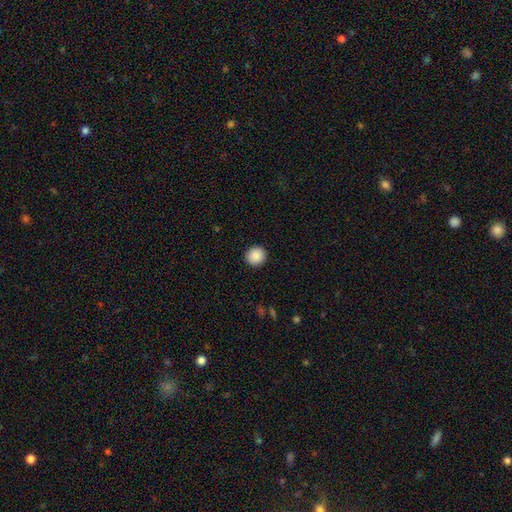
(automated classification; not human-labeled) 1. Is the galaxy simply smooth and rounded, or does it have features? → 89% smooth, 8% star or artifact, 3% featured or disk.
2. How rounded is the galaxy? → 92% round, 7% in between, 1% cigar-shaped.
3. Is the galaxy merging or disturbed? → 92% none, 5% minor disturbance, 2% major disturbance, 1% merger.